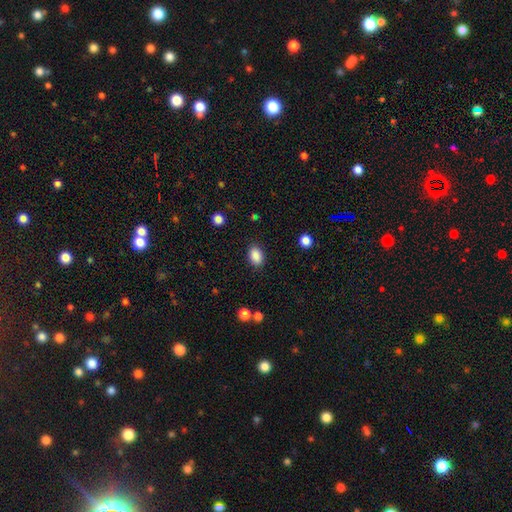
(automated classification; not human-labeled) A smooth galaxy with no disk features (89%) that is in between round and cigar-shaped (82%).

Vote fractions:
- Smooth or featured? smooth: 89% / star or artifact: 8% / featured or disk: 3%
- How rounded? in between: 82% / round: 17% / cigar-shaped: 1%
- Merging? none: 86% / minor disturbance: 9% / major disturbance: 3% / merger: 1%